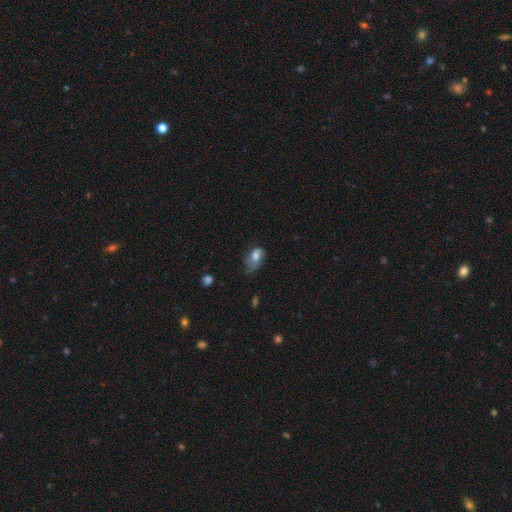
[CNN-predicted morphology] Smooth or featured? smooth (69%)
How rounded? in between (85%)
Merging? minor disturbance (38%)